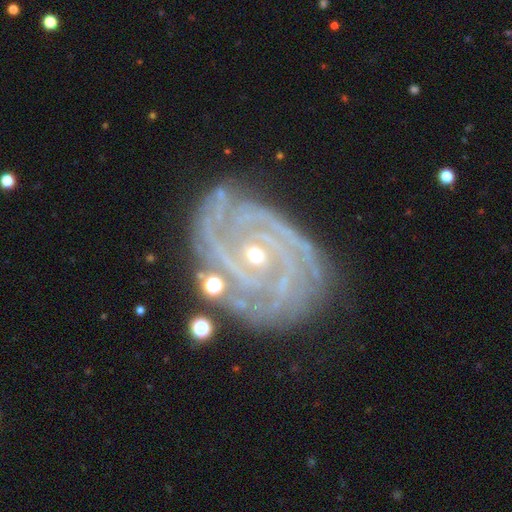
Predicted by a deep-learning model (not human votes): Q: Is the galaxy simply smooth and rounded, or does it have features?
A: featured or disk — 91%.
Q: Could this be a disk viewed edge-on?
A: no — 97%.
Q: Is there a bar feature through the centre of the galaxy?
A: no — 62%.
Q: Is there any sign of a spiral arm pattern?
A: yes — 98%.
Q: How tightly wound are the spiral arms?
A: tight — 78%.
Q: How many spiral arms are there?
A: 3 — 31%.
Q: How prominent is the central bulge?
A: small — 54%.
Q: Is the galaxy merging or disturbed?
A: none — 76%.